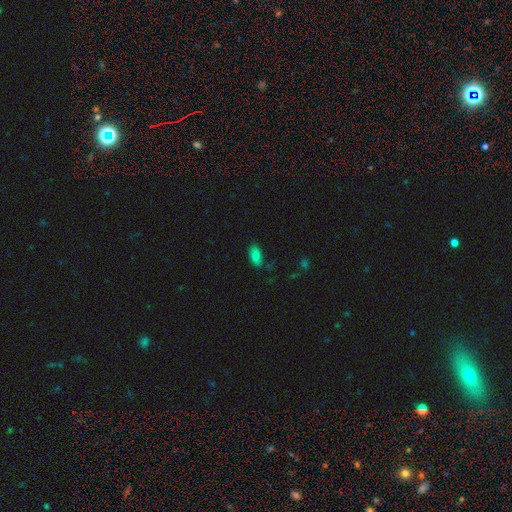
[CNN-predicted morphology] smooth 80%, star or artifact 11%, featured or disk 9%. Down the decision tree: how rounded — in between (90%); merging — none (76%).